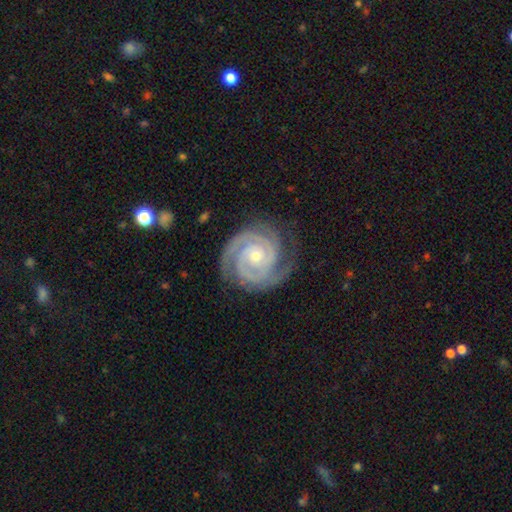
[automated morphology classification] Smooth or featured? featured or disk (93%)
Edge-on disk? no (98%)
Bar? no (70%)
Spiral arms? yes (99%)
Spiral winding? tight (82%)
Spiral arm count? 2 (69%)
Bulge size? small (61%)
Merging? none (81%)